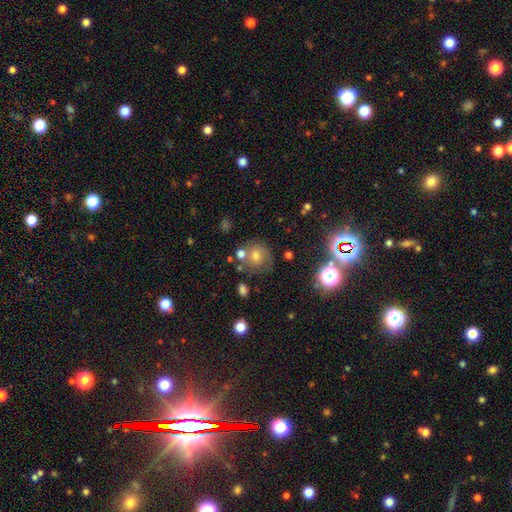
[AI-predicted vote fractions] smooth 45%, featured or disk 31%, star or artifact 23%. Down the decision tree: merging — none (59%).